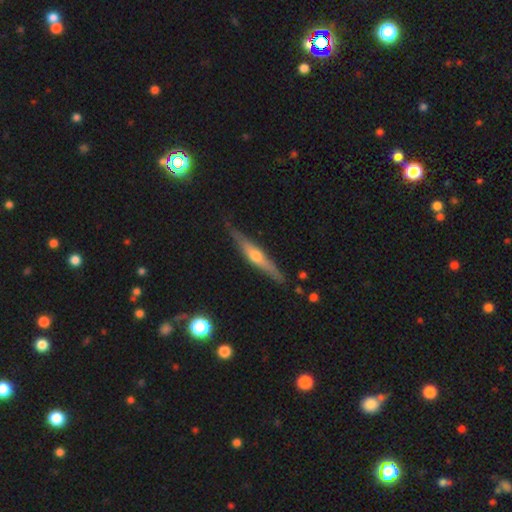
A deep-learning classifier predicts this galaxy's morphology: Overall: featured or disk (63%; smooth 31%). Edge-on disk: yes (94%). Edge-on bulge: rounded (88%). Merging: none (84%).